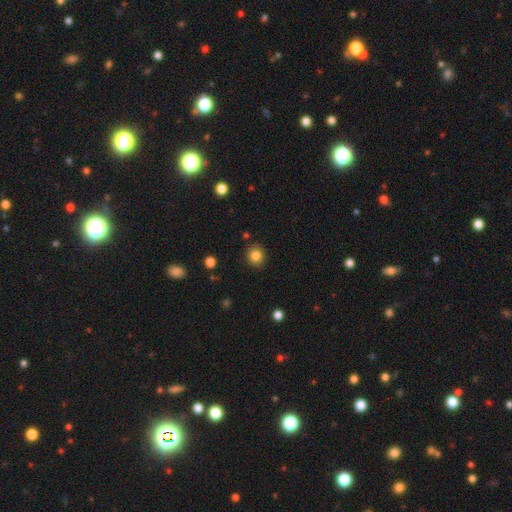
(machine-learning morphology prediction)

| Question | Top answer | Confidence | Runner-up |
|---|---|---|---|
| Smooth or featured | smooth | 83% | star or artifact (11%) |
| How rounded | round | 81% | in between (18%) |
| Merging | none | 89% | minor disturbance (8%) |